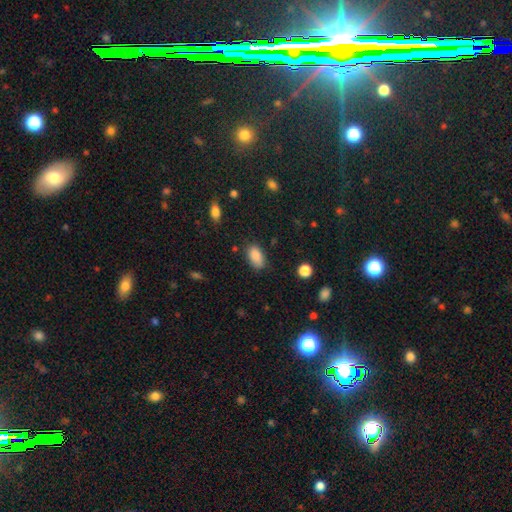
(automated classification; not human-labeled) Smooth or featured? Predicted: smooth (p=0.87). How rounded? Predicted: in between (p=0.92). Merging? Predicted: none (p=0.78).